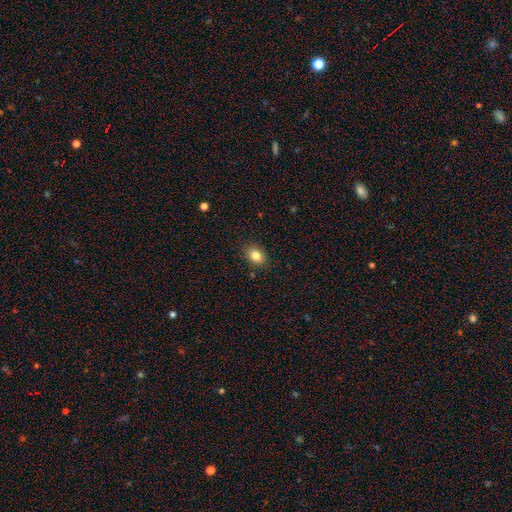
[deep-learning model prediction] Smooth or featured? smooth (83%)
How rounded? in between (64%)
Merging? none (88%)